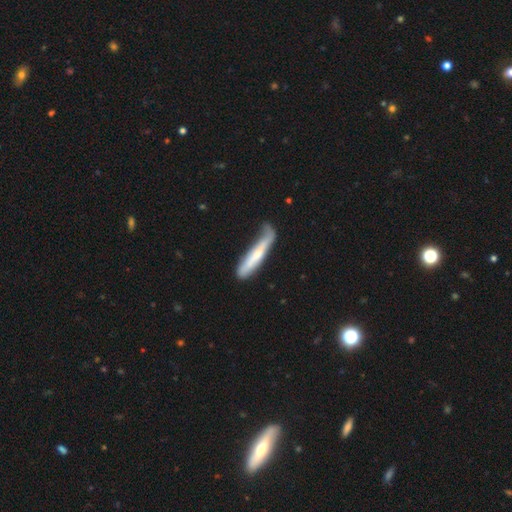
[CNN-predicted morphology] Smooth or featured: smooth — 55% (featured or disk — 40%)
How rounded: cigar-shaped — 90% (in between — 8%)
Merging: none — 47% (minor disturbance — 33%)